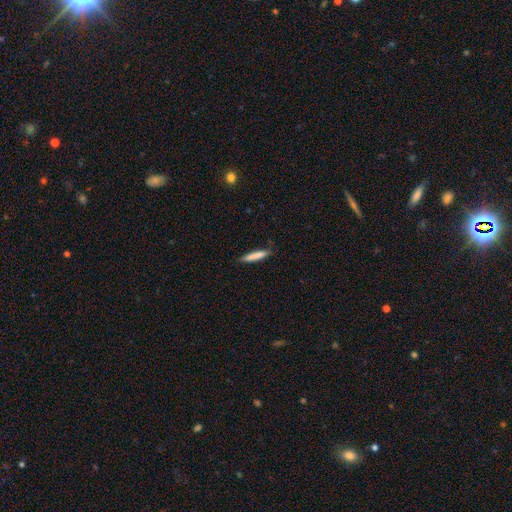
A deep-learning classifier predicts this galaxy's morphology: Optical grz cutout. It shows a smooth galaxy with no disk features (80%) that is cigar-shaped (91%). Merging: none (84%).